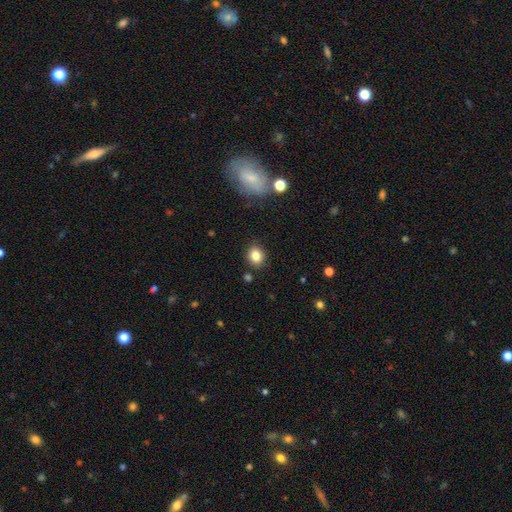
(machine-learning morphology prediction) Smooth or featured?
  - smooth: 83% *
  - star or artifact: 11%
  - featured or disk: 6%
How rounded?
  - round: 63% *
  - in between: 36%
  - cigar-shaped: 1%
Merging?
  - none: 86% *
  - minor disturbance: 9%
  - merger: 3%
  - major disturbance: 2%